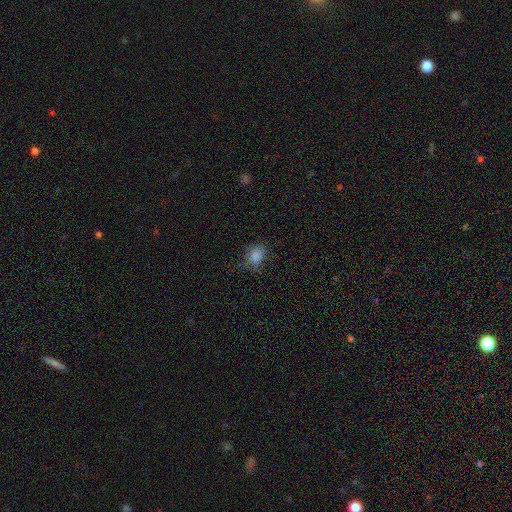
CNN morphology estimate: smooth_or_featured: smooth (p=0.83) [alt: star or artifact p=0.12]
how_rounded: in between (p=0.52) [alt: round p=0.47]
merging: none (p=0.67) [alt: minor disturbance p=0.24]